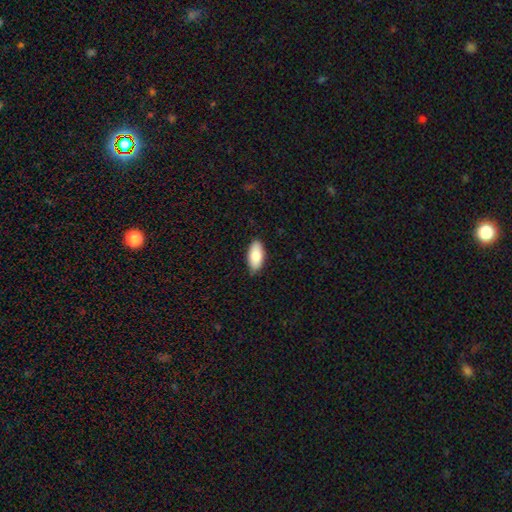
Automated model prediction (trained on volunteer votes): Overall: smooth (85%). How rounded: in between (91%). Merging: none (85%).